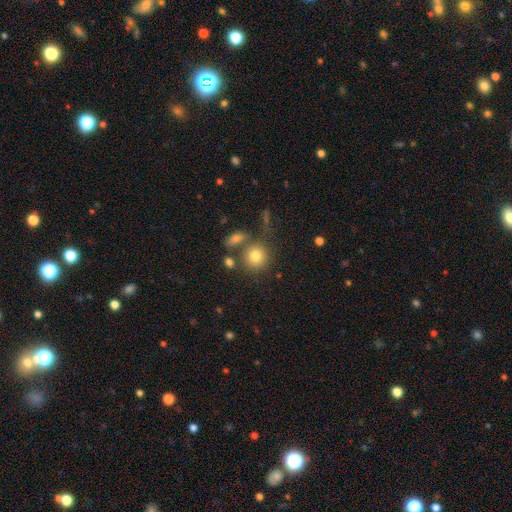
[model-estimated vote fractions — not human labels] Smooth or featured? smooth (79%)
How rounded? round (85%)
Merging? none (67%)